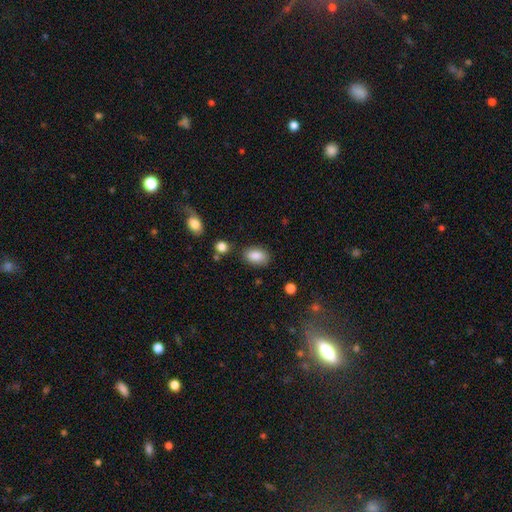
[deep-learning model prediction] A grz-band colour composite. It shows a smooth galaxy with no disk features (87%) that is in between round and cigar-shaped (88%). Merging: none (81%).